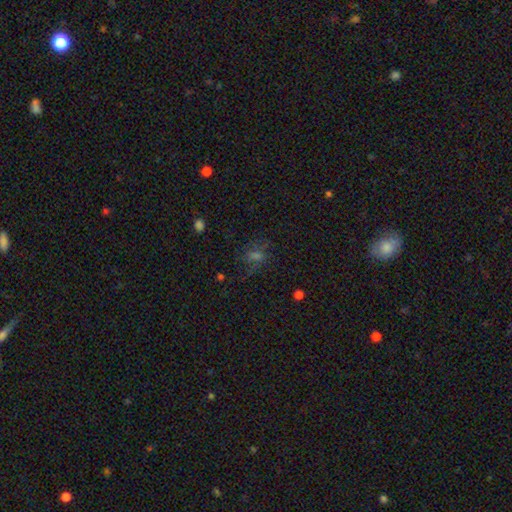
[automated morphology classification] The model was most divided on "smooth or featured": star or artifact: 38%, smooth: 35%, featured or disk: 28%.